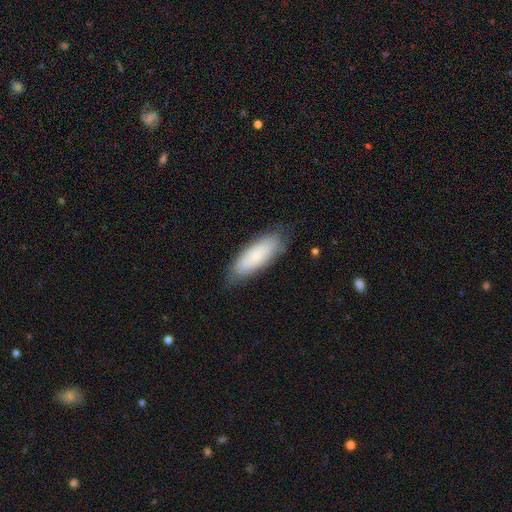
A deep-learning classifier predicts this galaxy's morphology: This is likely a smooth galaxy (73%). How rounded: likely in between (65%). Merging: likely none (78%).